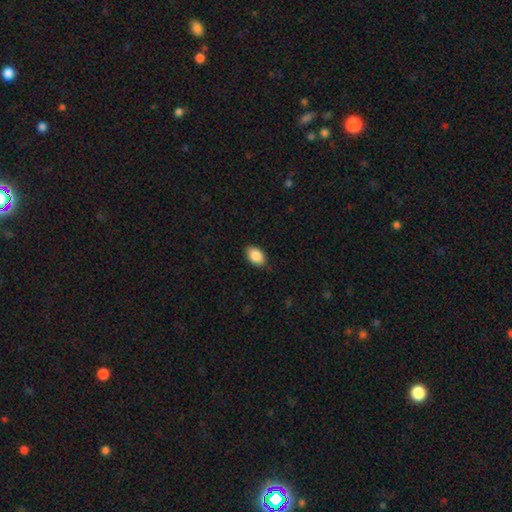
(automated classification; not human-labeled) A smooth galaxy with no disk features (88%) that is in between round and cigar-shaped (89%).

Vote fractions:
- Smooth or featured? smooth: 88% / star or artifact: 7% / featured or disk: 5%
- How rounded? in between: 89% / round: 9% / cigar-shaped: 1%
- Merging? none: 86% / minor disturbance: 11% / major disturbance: 2% / merger: 1%